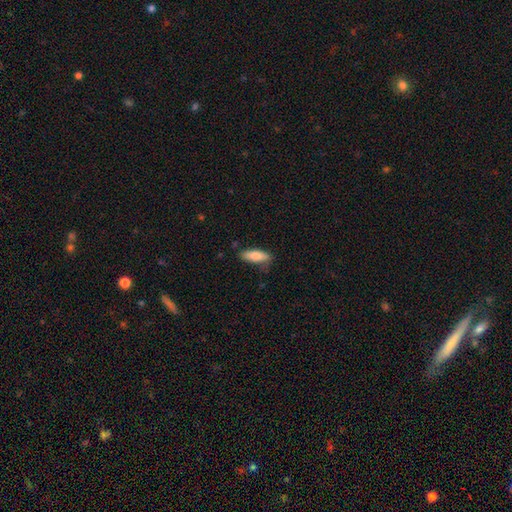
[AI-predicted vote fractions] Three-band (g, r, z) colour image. It shows a smooth galaxy with no disk features (79%) that is in between round and cigar-shaped (58%). Merging: none (77%).